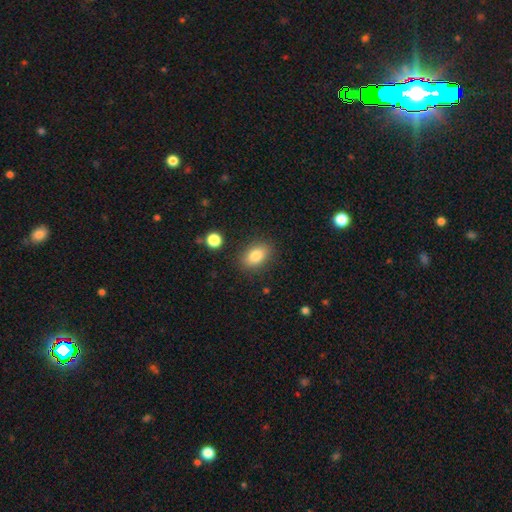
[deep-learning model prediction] smooth 83%, star or artifact 9%, featured or disk 8%. Down the decision tree: how rounded — in between (84%); merging — none (86%).